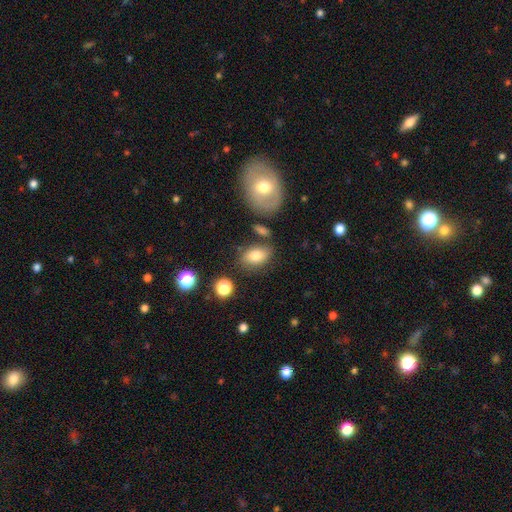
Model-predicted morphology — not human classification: smooth 77%, featured or disk 14%, star or artifact 9%. Down the decision tree: how rounded — in between (83%); merging — none (69%).